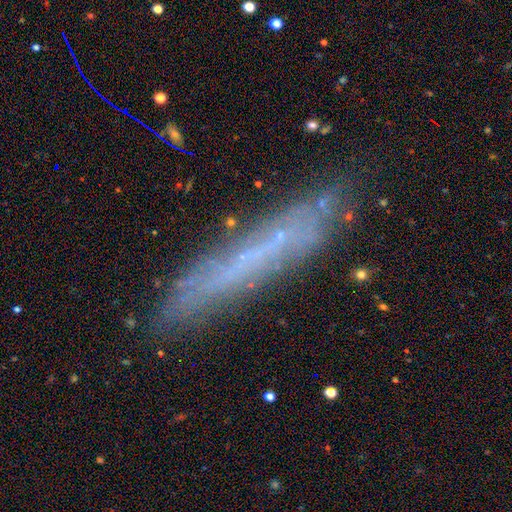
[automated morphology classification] This appears to be a featured or disk galaxy (48%). Merging: none (81%).